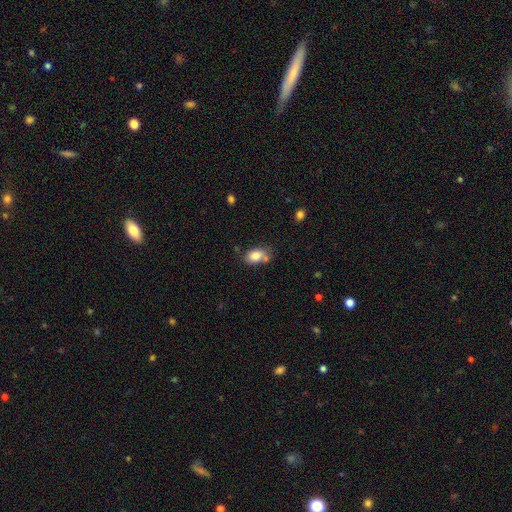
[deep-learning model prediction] smooth 81%, featured or disk 10%, star or artifact 9%. Down the decision tree: how rounded — in between (83%); merging — none (54%).